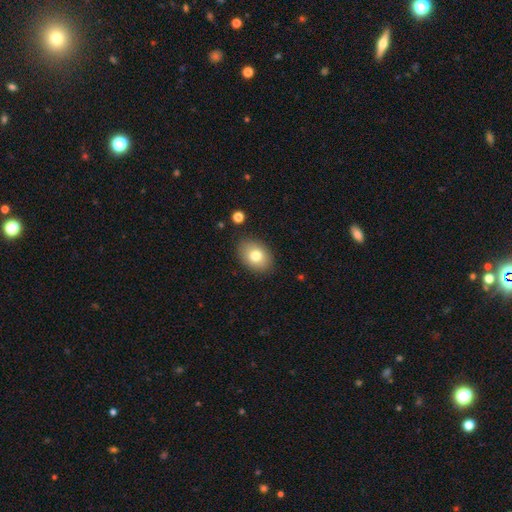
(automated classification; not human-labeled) smooth_or_featured: smooth (p=0.78) [alt: featured or disk p=0.13]
how_rounded: in between (p=0.77) [alt: round p=0.22]
merging: none (p=0.86) [alt: minor disturbance p=0.10]